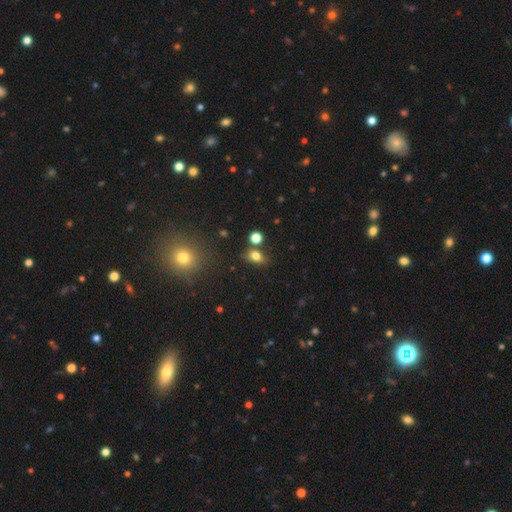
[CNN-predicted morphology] Smooth or featured? Predicted: smooth (p=0.76). How rounded? Predicted: in between (p=0.67). Merging? Predicted: none (p=0.67).